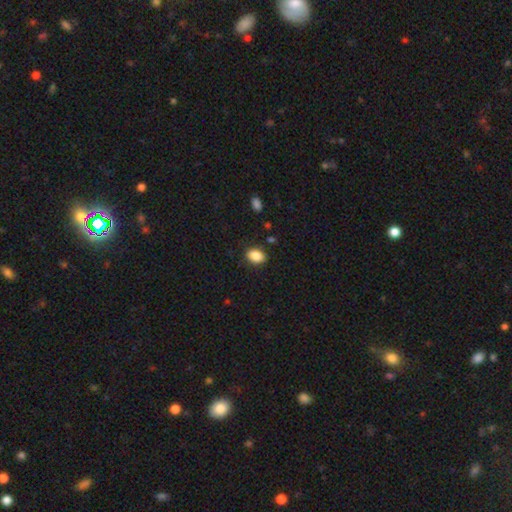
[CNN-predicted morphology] Smooth or featured: smooth — 87% (star or artifact — 8%)
How rounded: in between — 81% (round — 17%)
Merging: none — 86% (minor disturbance — 10%)